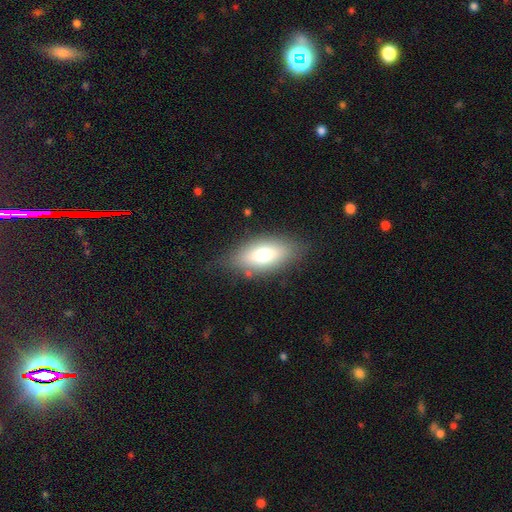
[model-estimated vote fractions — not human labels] Smooth or featured?
  - smooth: 71% *
  - featured or disk: 20%
  - star or artifact: 9%
How rounded?
  - in between: 86% *
  - cigar-shaped: 9%
  - round: 6%
Merging?
  - none: 75% *
  - minor disturbance: 17%
  - major disturbance: 6%
  - merger: 2%